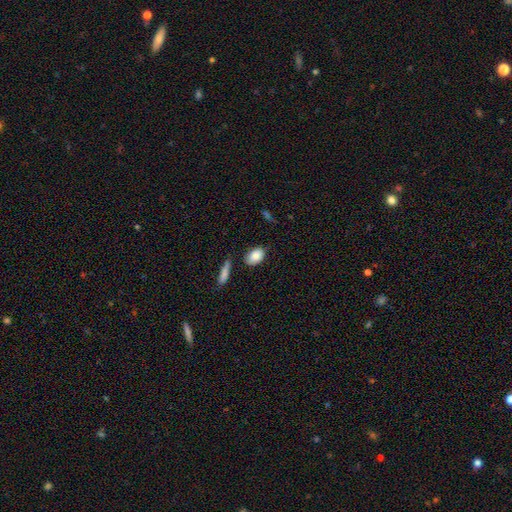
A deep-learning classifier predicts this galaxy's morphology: This is clearly a smooth galaxy (84%). How rounded: clearly in between (87%). Merging: likely none (77%).